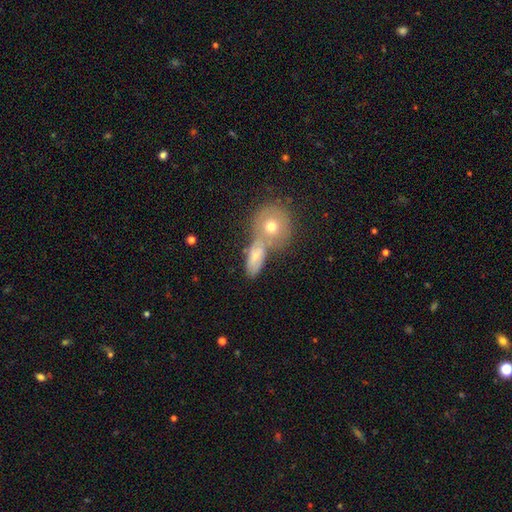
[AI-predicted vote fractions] Smooth or featured?
  - smooth: 60% *
  - featured or disk: 31%
  - star or artifact: 9%
How rounded?
  - in between: 68% *
  - round: 22%
  - cigar-shaped: 10%
Merging?
  - merger: 44% *
  - none: 38%
  - minor disturbance: 13%
  - major disturbance: 5%